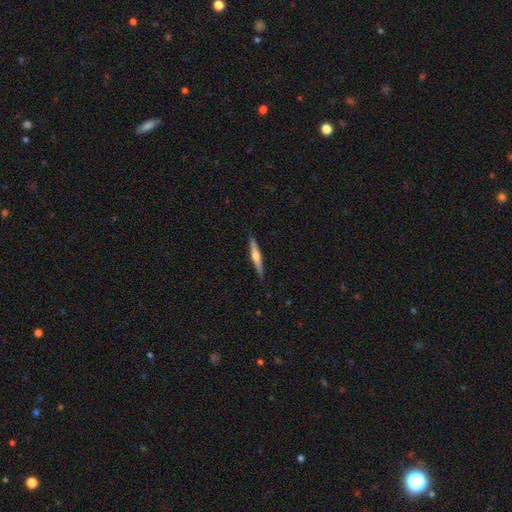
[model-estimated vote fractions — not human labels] Smooth or featured? Predicted: featured or disk (p=0.55). Edge-on disk? Predicted: yes (p=0.97). Edge-on bulge? Predicted: rounded (p=0.82). Merging? Predicted: none (p=0.89).